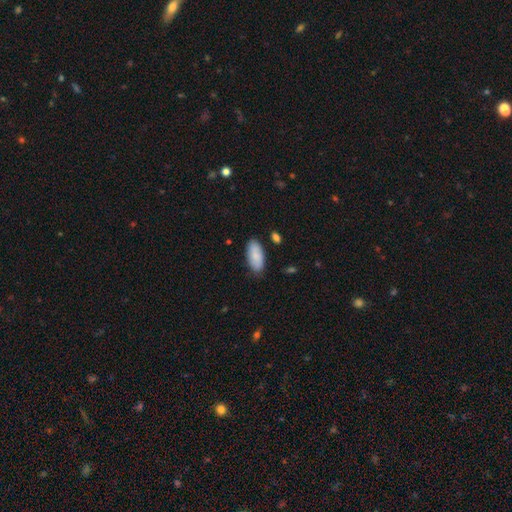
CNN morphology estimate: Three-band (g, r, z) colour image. It shows a smooth galaxy with no disk features (86%) that is in between round and cigar-shaped (90%). Merging: none (82%).